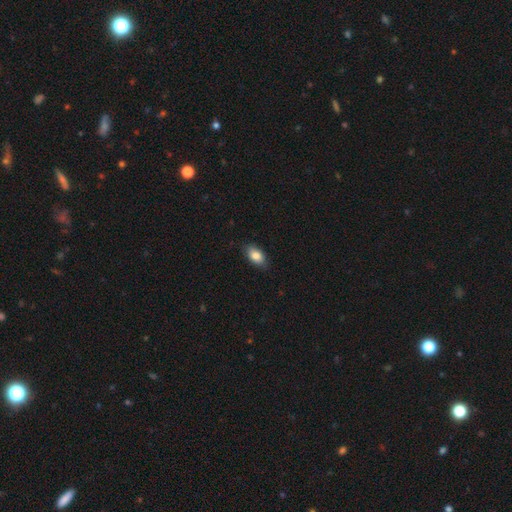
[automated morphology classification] smooth_or_featured: smooth (p=0.83) [alt: featured or disk p=0.10]
how_rounded: in between (p=0.91) [alt: round p=0.06]
merging: none (p=0.85) [alt: minor disturbance p=0.12]